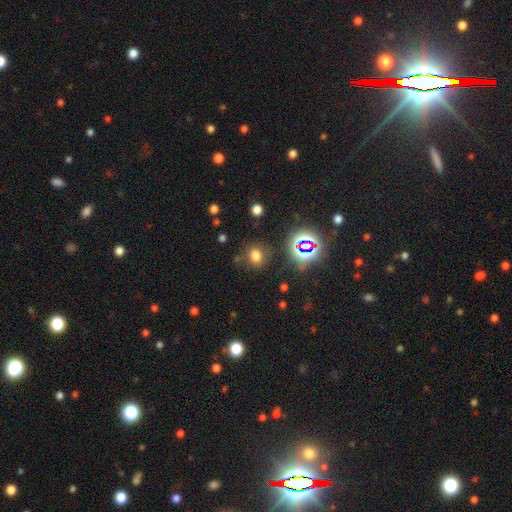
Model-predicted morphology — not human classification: Smooth or featured? Predicted: smooth (p=0.66). How rounded? Predicted: round (p=0.64). Merging? Predicted: none (p=0.76).